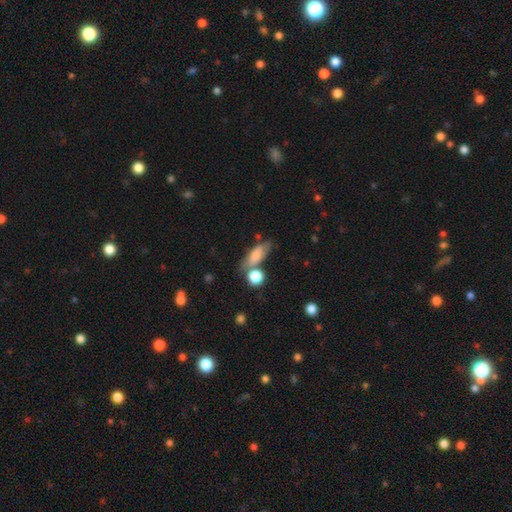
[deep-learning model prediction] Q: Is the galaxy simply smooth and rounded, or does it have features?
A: smooth — 71%.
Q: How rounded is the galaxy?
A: in between — 65%.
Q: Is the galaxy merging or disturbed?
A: none — 52%.